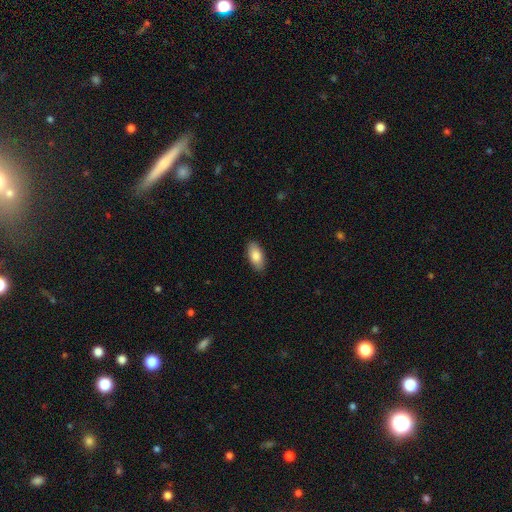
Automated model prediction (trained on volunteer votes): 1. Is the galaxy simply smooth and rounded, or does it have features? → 84% smooth, 10% featured or disk, 6% star or artifact.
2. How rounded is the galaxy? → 91% in between, 7% cigar-shaped, 3% round.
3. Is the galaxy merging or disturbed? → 88% none, 9% minor disturbance, 2% major disturbance, 1% merger.